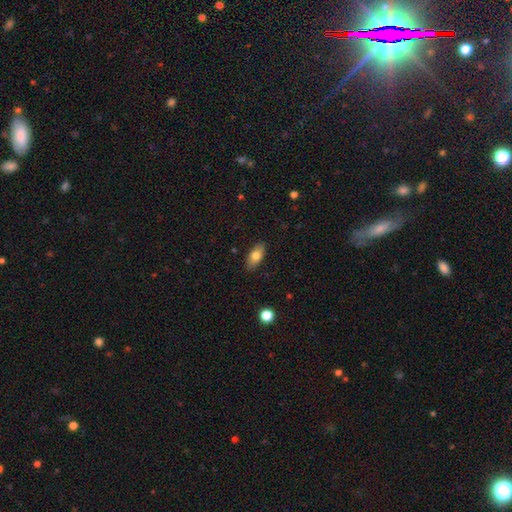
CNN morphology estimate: smooth 73%, featured or disk 19%, star or artifact 7%. Down the decision tree: how rounded — in between (85%); merging — none (87%).